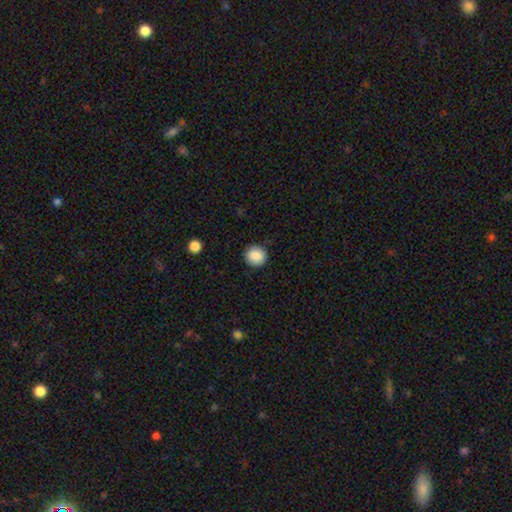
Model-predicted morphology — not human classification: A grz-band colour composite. It shows a smooth galaxy with no disk features (88%) that is round (90%). Merging: none (89%).